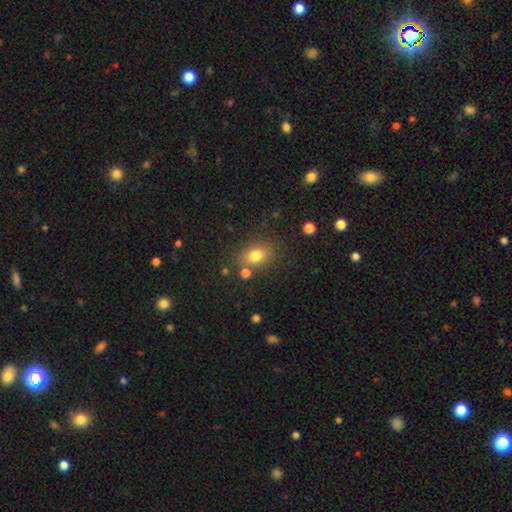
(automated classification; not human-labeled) This is likely a smooth galaxy (79%). How rounded: possibly in between (60%). Merging: likely none (73%).